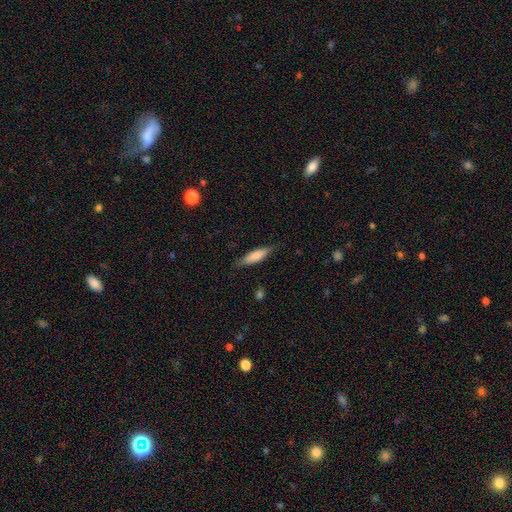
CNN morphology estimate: smooth_or_featured: smooth (p=0.72) [alt: featured or disk p=0.22]
how_rounded: cigar-shaped (p=0.64) [alt: in between p=0.35]
merging: none (p=0.79) [alt: minor disturbance p=0.16]